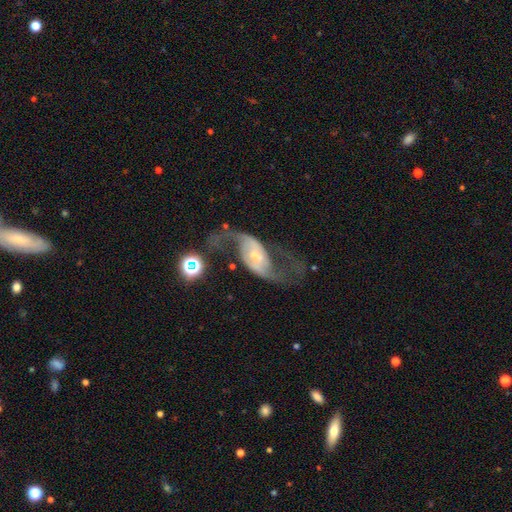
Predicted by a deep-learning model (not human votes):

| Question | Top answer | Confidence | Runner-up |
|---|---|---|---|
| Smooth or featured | featured or disk | 86% | smooth (8%) |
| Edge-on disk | no | 95% | yes (5%) |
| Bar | weak | 47% | no (31%) |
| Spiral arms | yes | 94% | no (6%) |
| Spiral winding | loose | 71% | medium (23%) |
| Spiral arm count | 2 | 92% | can't tell (3%) |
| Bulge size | moderate | 48% | small (41%) |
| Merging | none | 57% | major disturbance (23%) |